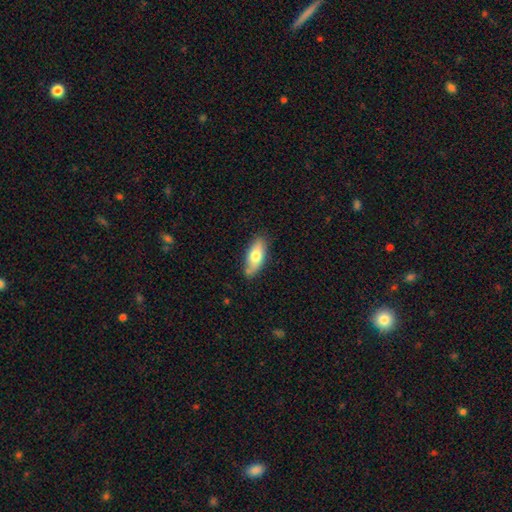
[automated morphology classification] Smooth or featured? Predicted: smooth (p=0.72). How rounded? Predicted: in between (p=0.78). Merging? Predicted: none (p=0.77).